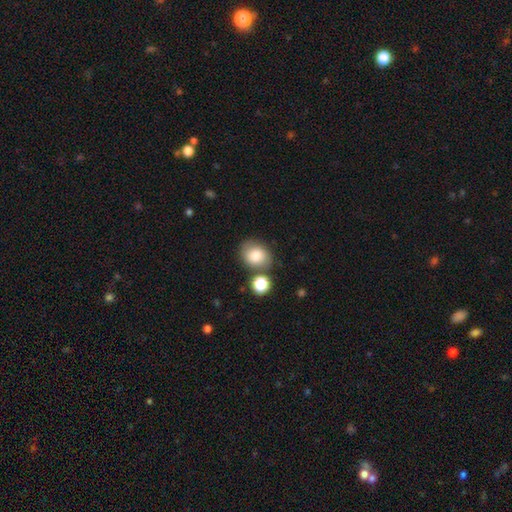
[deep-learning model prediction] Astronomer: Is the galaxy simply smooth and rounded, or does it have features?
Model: smooth — 78%.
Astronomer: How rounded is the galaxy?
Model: round — 51% (runner-up: in between, 48%).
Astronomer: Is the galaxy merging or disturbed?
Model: none — 70%.